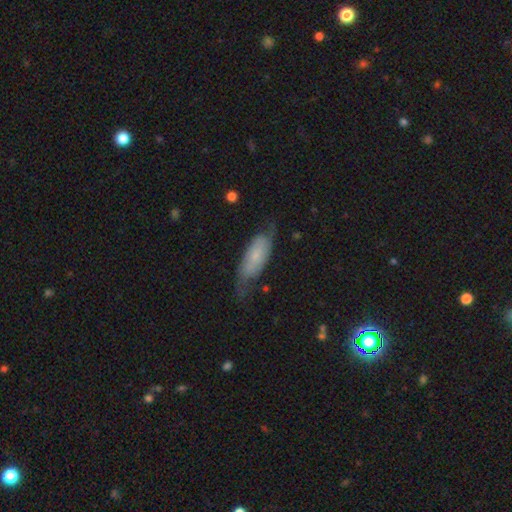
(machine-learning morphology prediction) Q: Smooth or featured?
A: smooth (49%); runner-up: featured or disk (44%)
Q: Merging?
A: none (51%); runner-up: minor disturbance (30%)